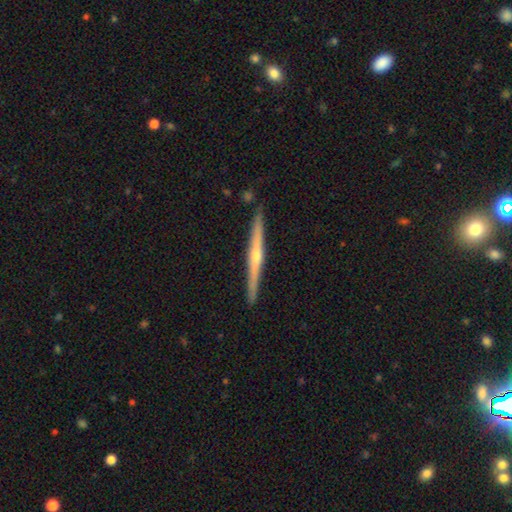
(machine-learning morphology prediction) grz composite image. It shows a featured or disk galaxy (74%) viewed edge-on (98%) with a rounded central bulge (81%). Merging: none (90%).